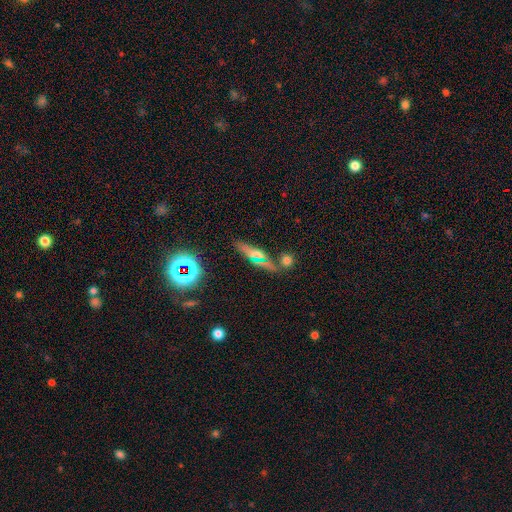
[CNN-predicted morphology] This is possibly a smooth galaxy (46%). Merging: likely none (78%).